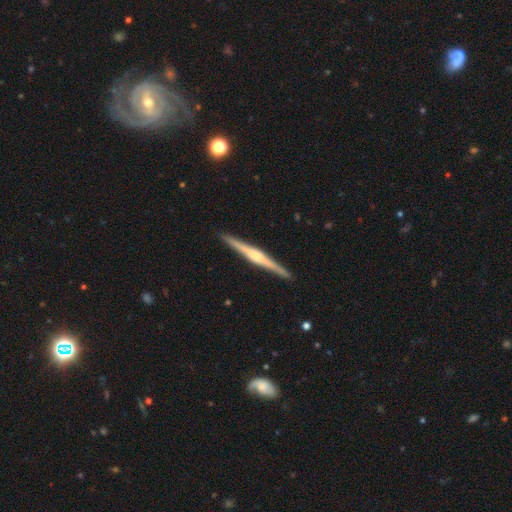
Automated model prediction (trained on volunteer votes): A featured or disk galaxy (80%) viewed edge-on (99%) with a rounded central bulge (72%).

Vote fractions:
- Smooth or featured? featured or disk: 80% / smooth: 16% / star or artifact: 4%
- Edge-on disk? yes: 99% / no: 1%
- Edge-on bulge? rounded: 72% / boxy: 18% / none: 10%
- Merging? none: 92% / minor disturbance: 5% / major disturbance: 1% / merger: 1%